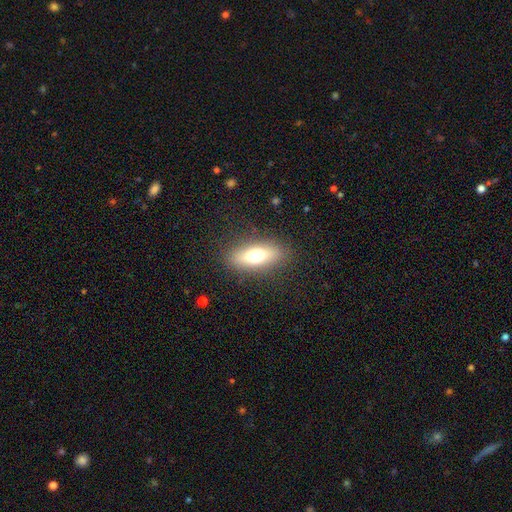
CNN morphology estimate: A smooth galaxy with no disk features (68%) that is in between round and cigar-shaped (66%). Merging: none (86%).